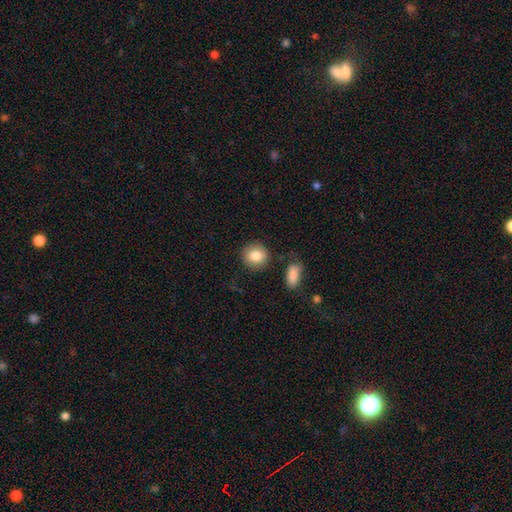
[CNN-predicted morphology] Overall: smooth (85%). How rounded: round (83%). Merging: none (82%).